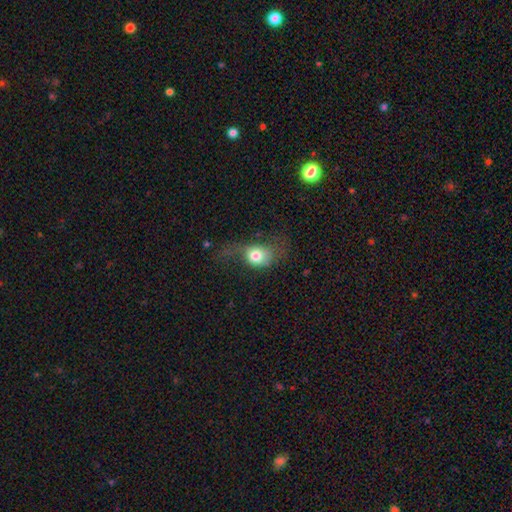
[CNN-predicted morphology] Smooth or featured?
  - smooth: 71% *
  - featured or disk: 19%
  - star or artifact: 9%
How rounded?
  - round: 53% *
  - in between: 45%
  - cigar-shaped: 2%
Merging?
  - major disturbance: 40% *
  - none: 31%
  - minor disturbance: 26%
  - merger: 3%